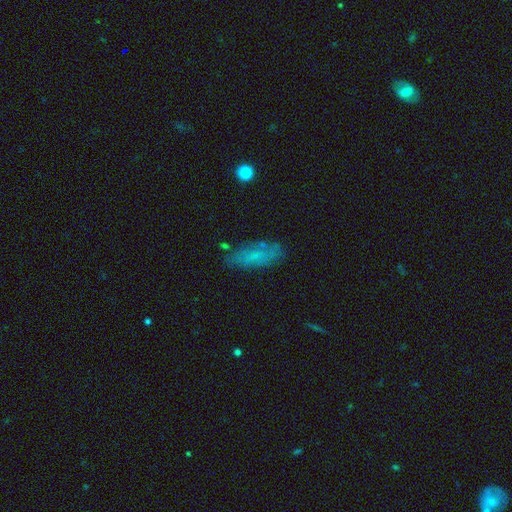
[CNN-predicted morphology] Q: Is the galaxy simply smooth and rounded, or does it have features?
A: smooth — 62%.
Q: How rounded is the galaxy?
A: in between — 65%.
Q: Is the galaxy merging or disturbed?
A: none — 73%.